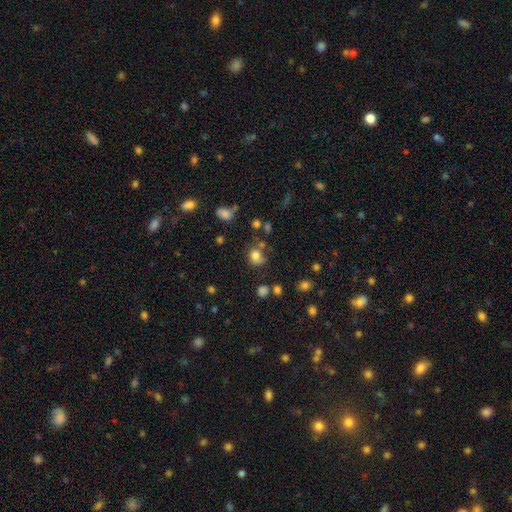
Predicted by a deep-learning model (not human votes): Smooth or featured? smooth (79%)
How rounded? round (68%)
Merging? none (59%)